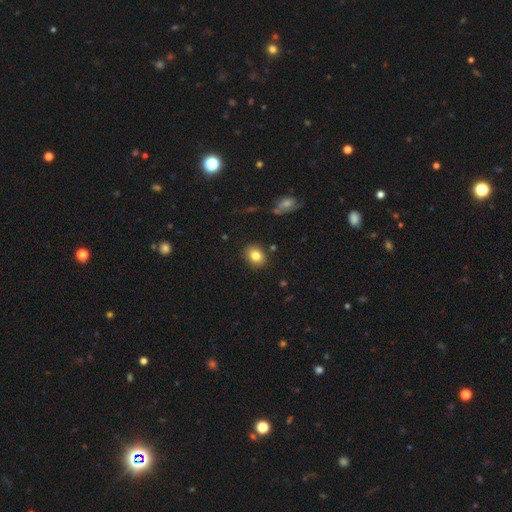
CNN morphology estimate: A smooth galaxy with no disk features (82%) that is in between round and cigar-shaped (57%).

Vote fractions:
- Smooth or featured? smooth: 82% / star or artifact: 10% / featured or disk: 9%
- How rounded? in between: 57% / round: 42% / cigar-shaped: 1%
- Merging? none: 86% / minor disturbance: 10% / major disturbance: 2% / merger: 2%